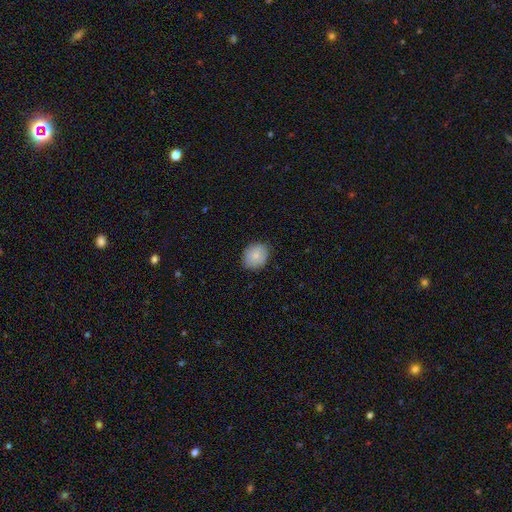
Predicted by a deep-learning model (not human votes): This appears to be a smooth galaxy with no disk features (80%) that is round (60%). Merging: none (83%).